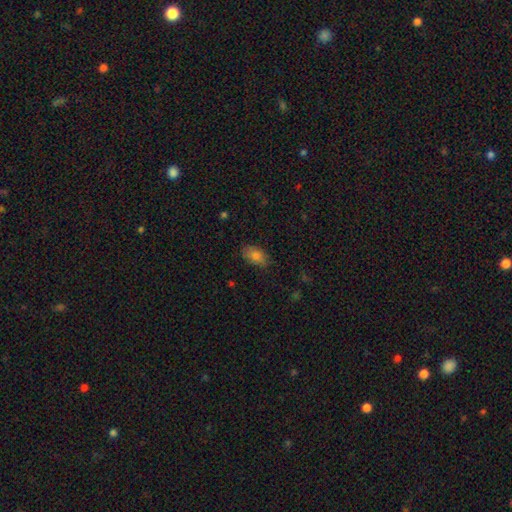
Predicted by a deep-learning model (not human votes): Smooth or featured? smooth (81%)
How rounded? in between (90%)
Merging? none (79%)